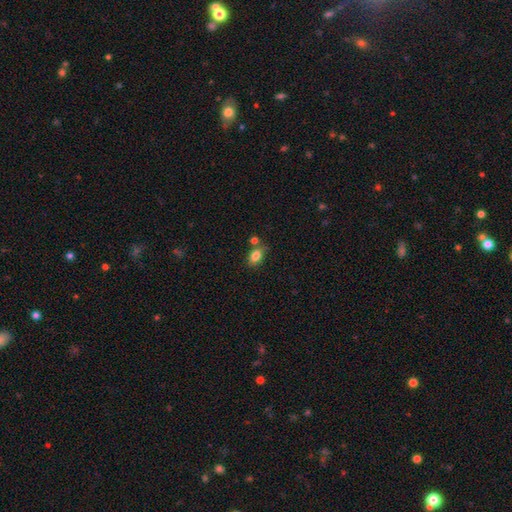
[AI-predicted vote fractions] smooth 83%, star or artifact 9%, featured or disk 8%. Down the decision tree: how rounded — in between (79%); merging — none (64%).